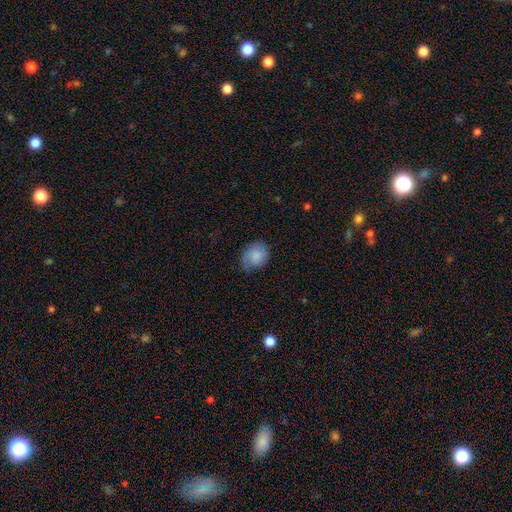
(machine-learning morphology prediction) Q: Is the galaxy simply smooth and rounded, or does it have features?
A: smooth — 71%.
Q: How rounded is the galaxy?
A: in between — 53%.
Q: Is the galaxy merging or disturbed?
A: none — 60%.